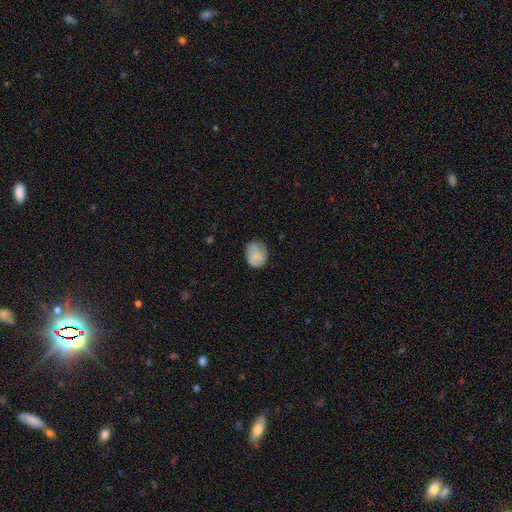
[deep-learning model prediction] Q: Smooth or featured?
A: smooth (66%); runner-up: featured or disk (26%)
Q: How rounded?
A: round (57%); runner-up: in between (42%)
Q: Merging?
A: none (60%); runner-up: minor disturbance (29%)